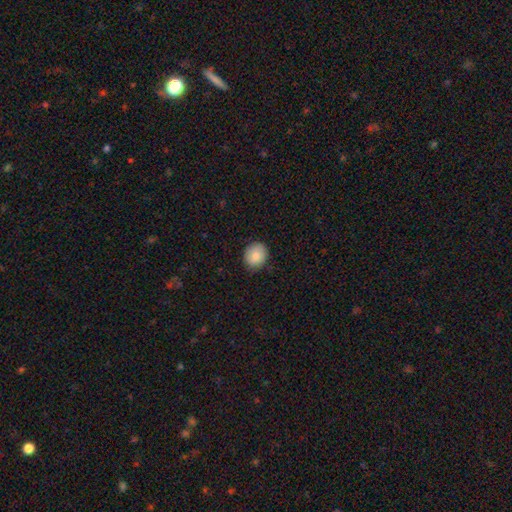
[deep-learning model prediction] Overall: smooth (84%). How rounded: round (68%; in between 31%). Merging: none (82%).